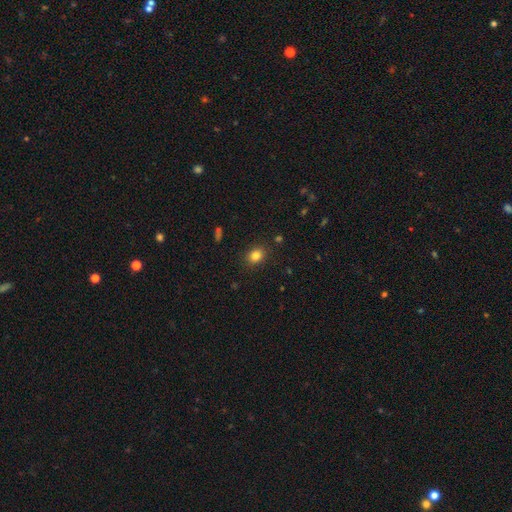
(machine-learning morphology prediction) smooth 83%, star or artifact 12%, featured or disk 6%. Down the decision tree: how rounded — round (52%); merging — none (87%).